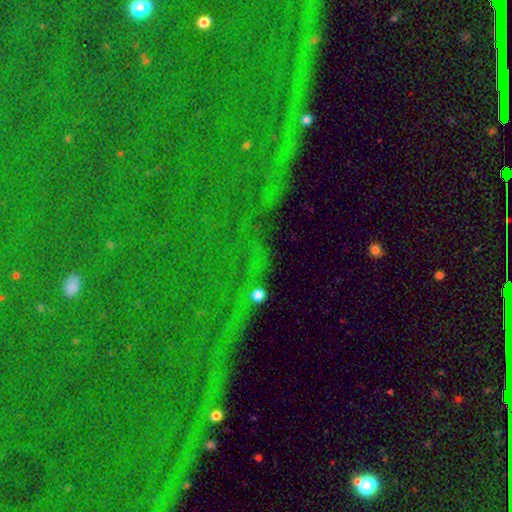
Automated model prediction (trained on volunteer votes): Smooth or featured? Predicted: star or artifact (p=0.79).